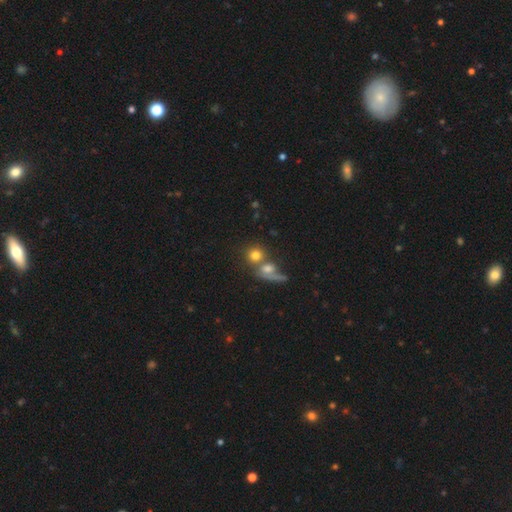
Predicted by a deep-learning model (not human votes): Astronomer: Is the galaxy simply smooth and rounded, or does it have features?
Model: smooth — 72%.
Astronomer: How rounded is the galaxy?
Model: round — 83%.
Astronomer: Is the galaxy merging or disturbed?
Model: merger — 46% (runner-up: none, 39%).